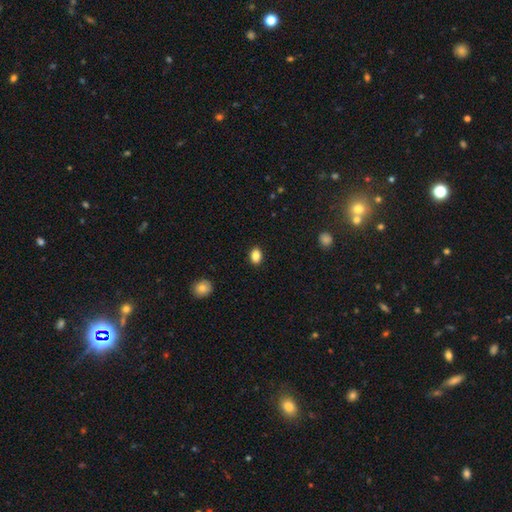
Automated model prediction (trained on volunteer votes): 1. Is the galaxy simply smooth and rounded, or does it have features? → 87% smooth, 9% star or artifact, 4% featured or disk.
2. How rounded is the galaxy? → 75% in between, 23% round, 1% cigar-shaped.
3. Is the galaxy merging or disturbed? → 89% none, 8% minor disturbance, 2% major disturbance, 1% merger.